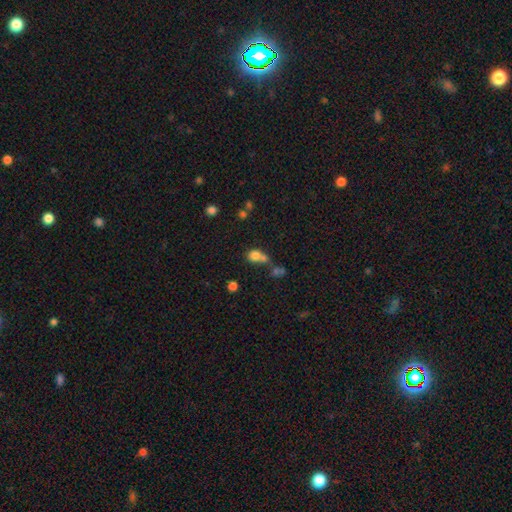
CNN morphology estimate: smooth-or-featured: smooth: 75% | star or artifact: 14% | featured or disk: 11%
  how-rounded: round: 69% | in between: 30% | cigar-shaped: 1%
  merging: merger: 47% | none: 36% | minor disturbance: 10% | major disturbance: 7%